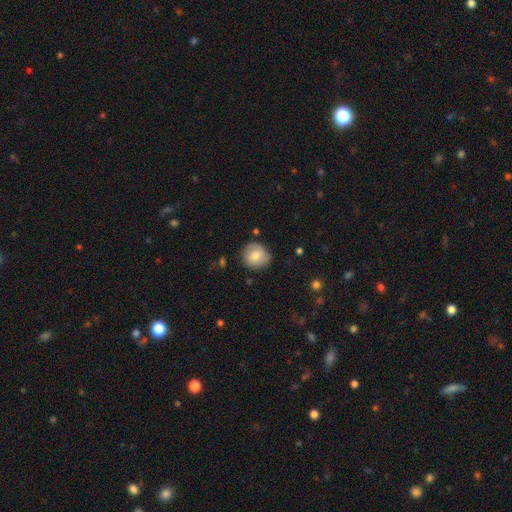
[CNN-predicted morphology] This appears to be a smooth galaxy with no disk features (71%) that is round (88%). Merging: none (78%).